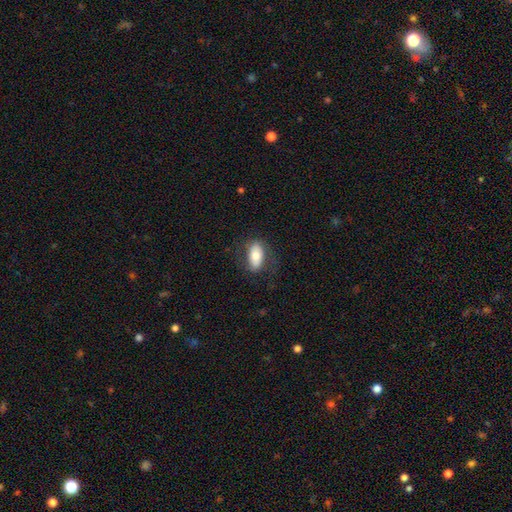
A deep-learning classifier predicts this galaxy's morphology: Smooth or featured? Predicted: smooth (p=0.70). How rounded? Predicted: in between (p=0.90). Merging? Predicted: none (p=0.73).